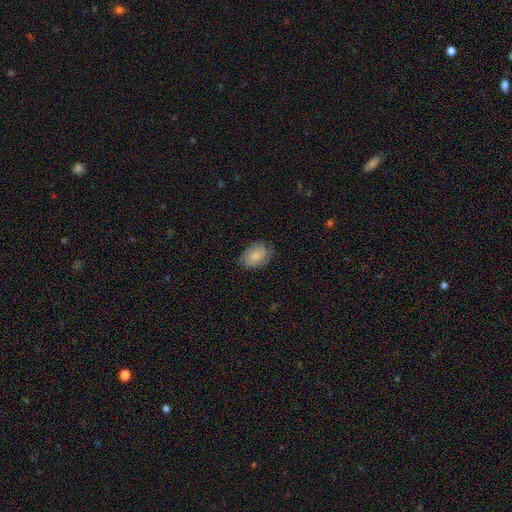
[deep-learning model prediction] Morphology: type=smooth (80%); roundness=in between (84%); merging=none (78%).